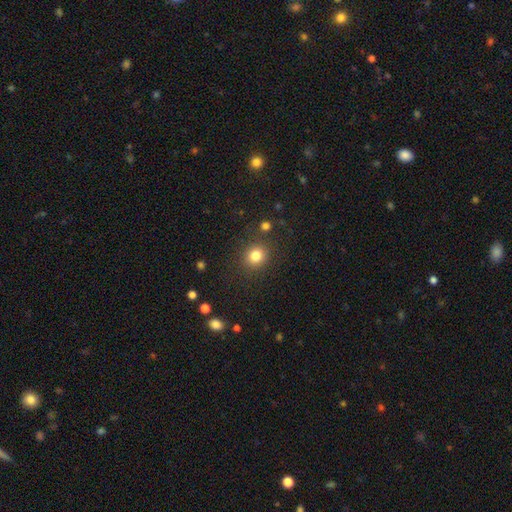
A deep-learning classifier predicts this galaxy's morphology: A smooth galaxy with no disk features (82%) that is round (84%).

Vote fractions:
- Smooth or featured? smooth: 82% / star or artifact: 12% / featured or disk: 6%
- How rounded? round: 84% / in between: 15% / cigar-shaped: 1%
- Merging? none: 85% / minor disturbance: 8% / major disturbance: 3% / merger: 3%